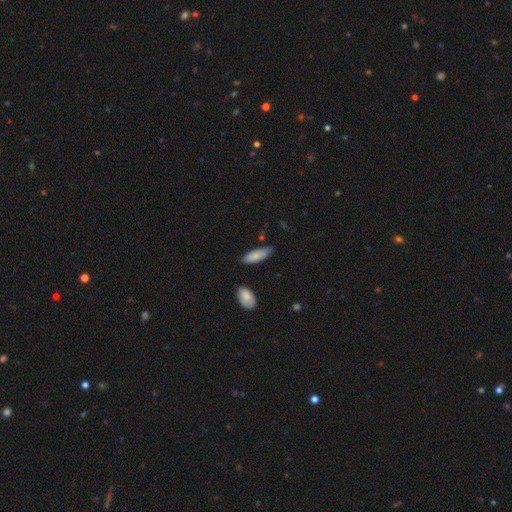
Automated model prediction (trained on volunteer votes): Smooth or featured: smooth — 81% (featured or disk — 14%)
How rounded: in between — 63% (cigar-shaped — 35%)
Merging: none — 68% (minor disturbance — 25%)